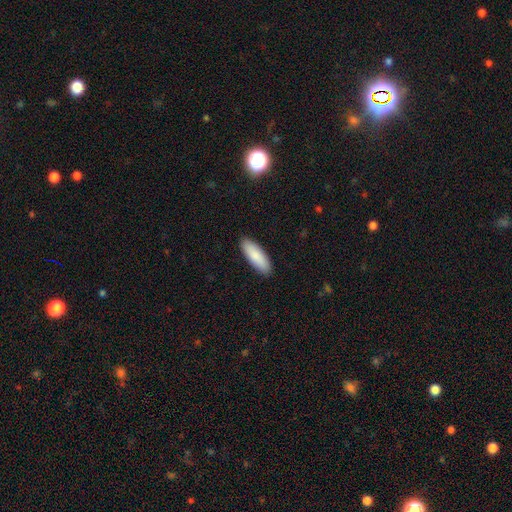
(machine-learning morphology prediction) type=smooth (88%); roundness=in between (57%); merging=none (91%).